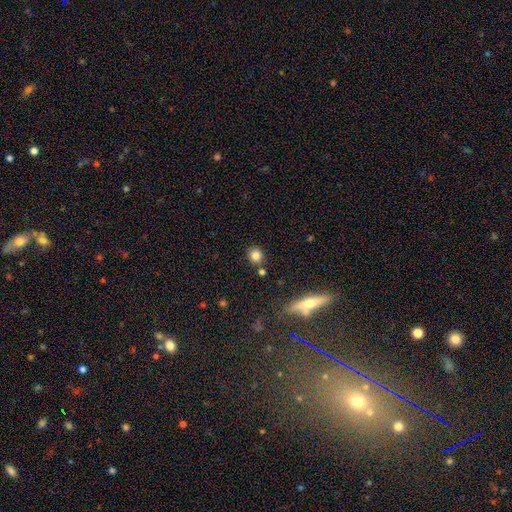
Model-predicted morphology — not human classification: smooth 82%, star or artifact 11%, featured or disk 7%. Down the decision tree: how rounded — round (83%); merging — none (81%).